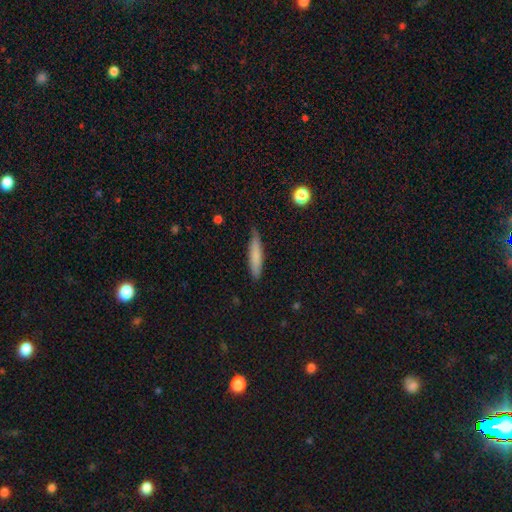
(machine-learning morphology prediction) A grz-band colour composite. It shows a smooth galaxy with no disk features (78%) that is cigar-shaped (86%). Merging: none (79%).